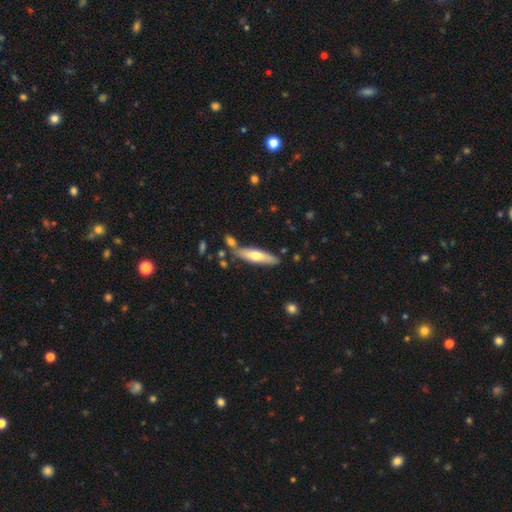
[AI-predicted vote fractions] smooth-or-featured: smooth: 58% | featured or disk: 36% | star or artifact: 6%
  how-rounded: cigar-shaped: 71% | in between: 27% | round: 2%
  merging: none: 73% | minor disturbance: 14% | merger: 11% | major disturbance: 3%